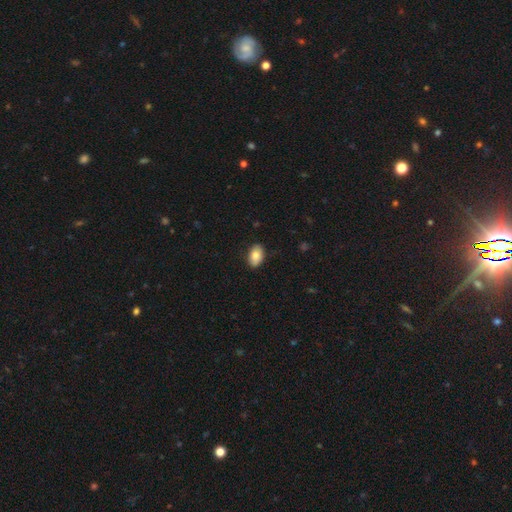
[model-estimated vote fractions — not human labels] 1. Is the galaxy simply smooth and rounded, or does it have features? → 84% smooth, 9% featured or disk, 7% star or artifact.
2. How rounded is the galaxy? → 92% in between, 6% round, 2% cigar-shaped.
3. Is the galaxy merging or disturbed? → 87% none, 10% minor disturbance, 2% major disturbance, 1% merger.